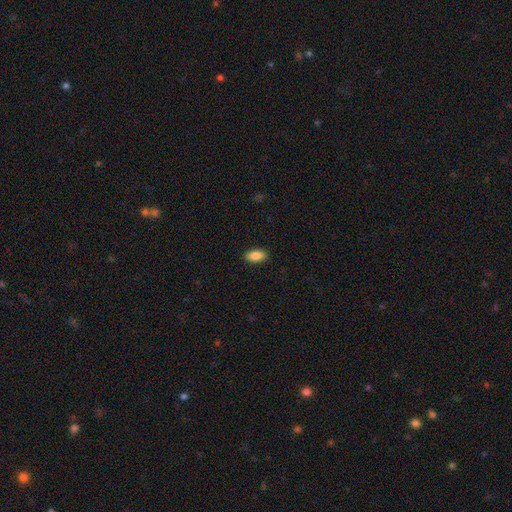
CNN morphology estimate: Overall: smooth (87%). How rounded: in between (91%). Merging: none (90%).